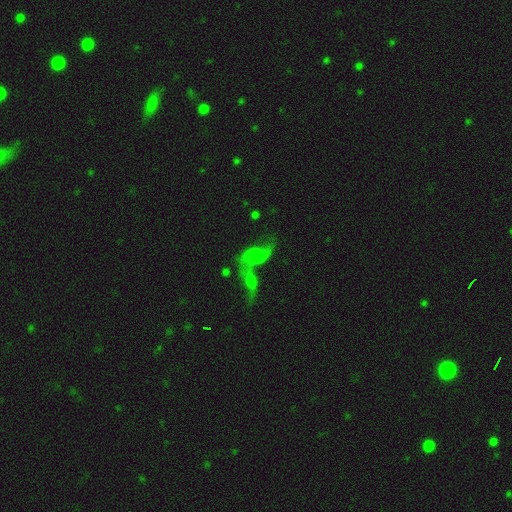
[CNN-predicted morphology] The model was most divided on "bulge size": none: 41%, moderate: 22%, small: 21%, large: 13%, dominant: 3%. More confident: edge-on disk — no (94%); spiral arms — yes (81%); bar — no (63%); smooth or featured — featured or disk (58%); merging — merger (57%).